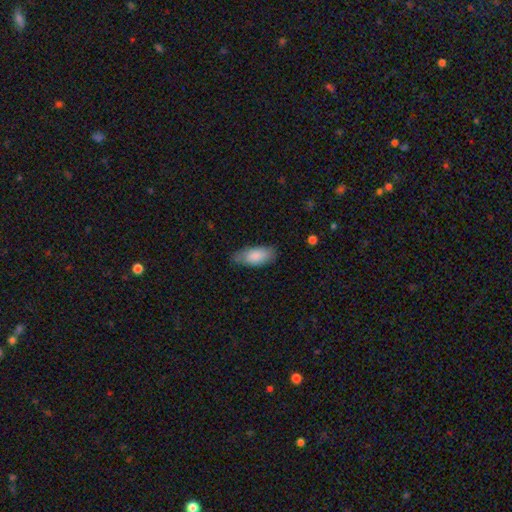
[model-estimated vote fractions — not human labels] A smooth galaxy with no disk features (84%) that is in between round and cigar-shaped (90%).

Vote fractions:
- Smooth or featured? smooth: 84% / featured or disk: 11% / star or artifact: 6%
- How rounded? in between: 90% / cigar-shaped: 8% / round: 2%
- Merging? none: 71% / minor disturbance: 23% / major disturbance: 4% / merger: 1%